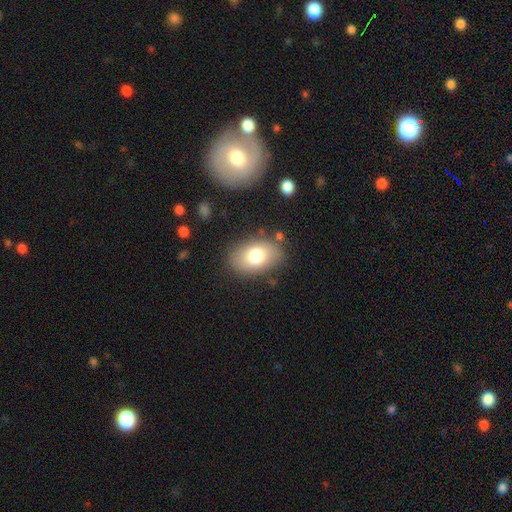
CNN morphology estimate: This appears to be a smooth galaxy with no disk features (76%) that is in between round and cigar-shaped (86%). Merging: none (81%).